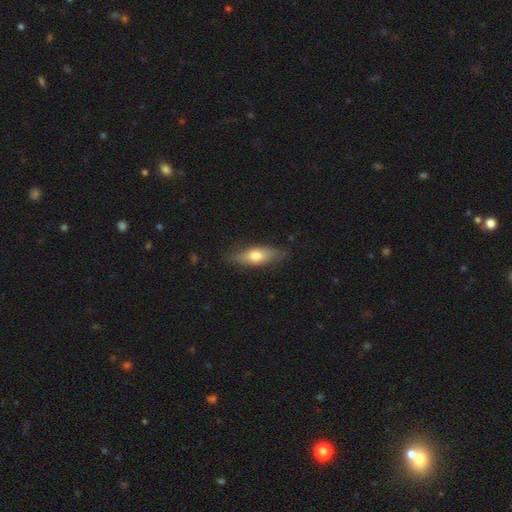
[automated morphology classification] smooth-or-featured: smooth: 61% | featured or disk: 33% | star or artifact: 6%
  how-rounded: in between: 57% | cigar-shaped: 40% | round: 4%
  merging: none: 79% | minor disturbance: 17% | major disturbance: 3% | merger: 1%